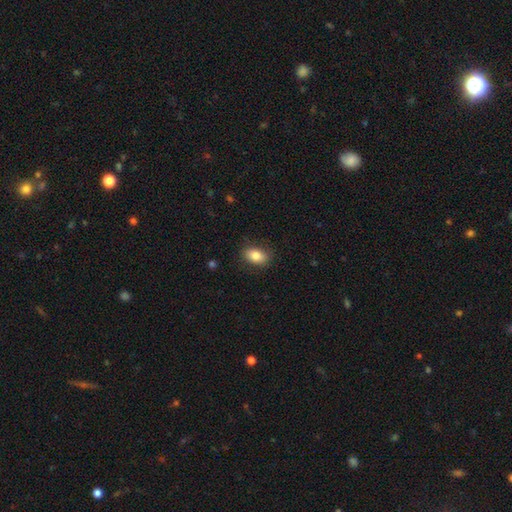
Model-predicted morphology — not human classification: smooth 83%, featured or disk 9%, star or artifact 8%. Down the decision tree: how rounded — in between (84%); merging — none (85%).